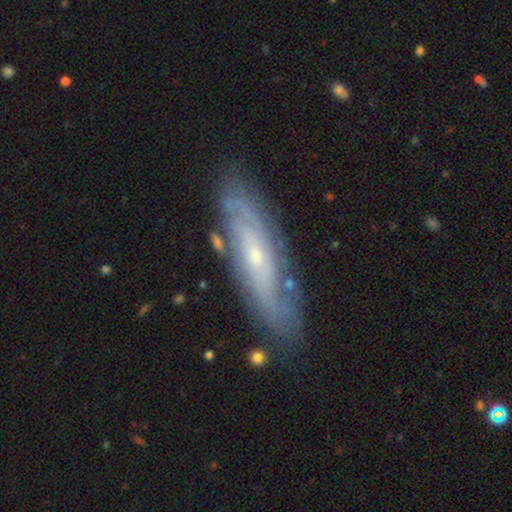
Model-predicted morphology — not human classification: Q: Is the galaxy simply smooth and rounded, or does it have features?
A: featured or disk — 76%.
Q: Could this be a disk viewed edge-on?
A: no — 72%.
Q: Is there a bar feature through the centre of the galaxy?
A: no — 68%.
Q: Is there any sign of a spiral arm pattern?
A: yes — 88%.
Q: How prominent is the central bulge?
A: small — 74%.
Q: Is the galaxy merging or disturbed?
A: none — 80%.